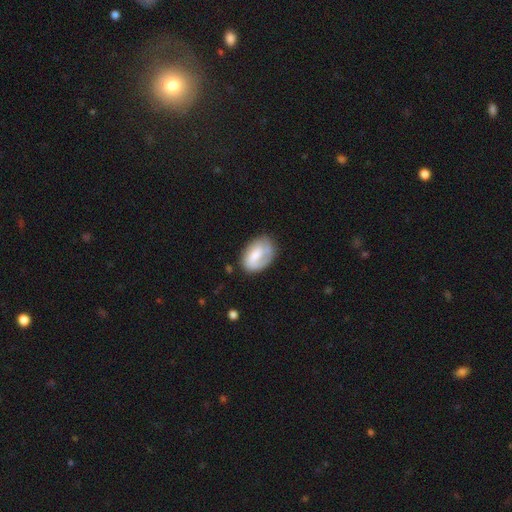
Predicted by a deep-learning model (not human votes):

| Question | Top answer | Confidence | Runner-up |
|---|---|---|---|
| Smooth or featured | smooth | 58% | featured or disk (35%) |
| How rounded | in between | 85% | round (14%) |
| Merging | none | 61% | minor disturbance (25%) |